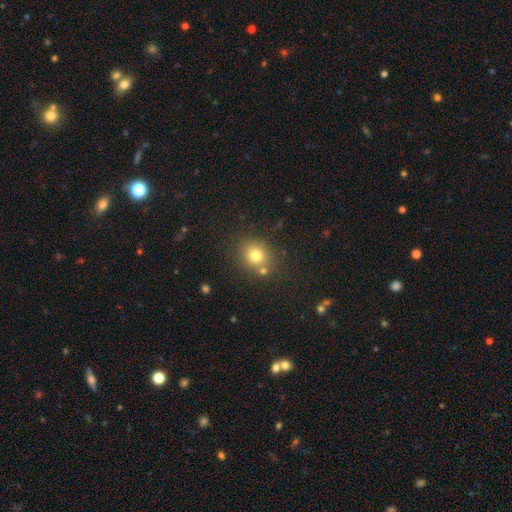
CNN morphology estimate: Smooth or featured?
  - smooth: 77% *
  - star or artifact: 14%
  - featured or disk: 9%
How rounded?
  - round: 81% *
  - in between: 18%
  - cigar-shaped: 1%
Merging?
  - none: 74% *
  - merger: 13%
  - minor disturbance: 10%
  - major disturbance: 3%